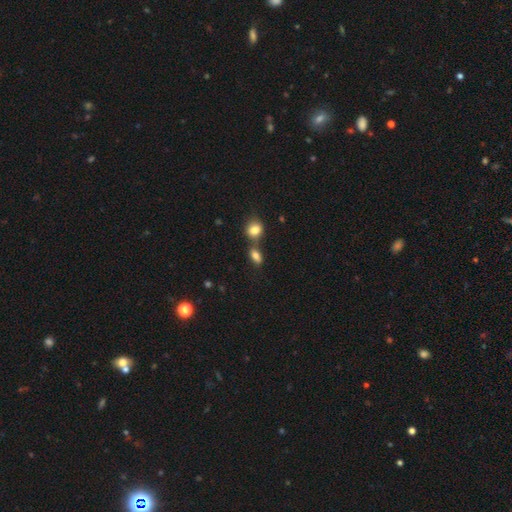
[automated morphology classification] Smooth or featured?
  - smooth: 80% *
  - star or artifact: 11%
  - featured or disk: 10%
How rounded?
  - in between: 79% *
  - round: 15%
  - cigar-shaped: 6%
Merging?
  - none: 46% *
  - merger: 39%
  - minor disturbance: 11%
  - major disturbance: 4%